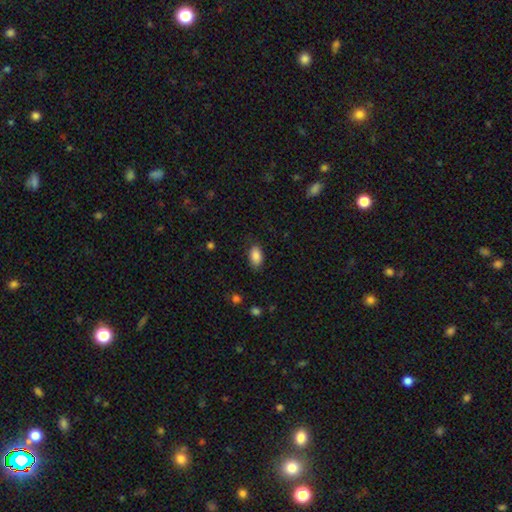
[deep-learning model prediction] Smooth or featured: smooth — 87% (star or artifact — 7%)
How rounded: in between — 92% (round — 5%)
Merging: none — 81% (minor disturbance — 14%)